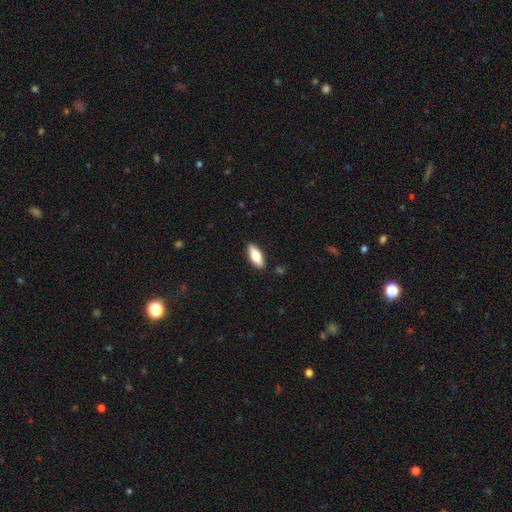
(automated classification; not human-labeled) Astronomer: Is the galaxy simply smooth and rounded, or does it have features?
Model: smooth — 70%.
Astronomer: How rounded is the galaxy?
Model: in between — 72%.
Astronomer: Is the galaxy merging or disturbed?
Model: none — 88%.